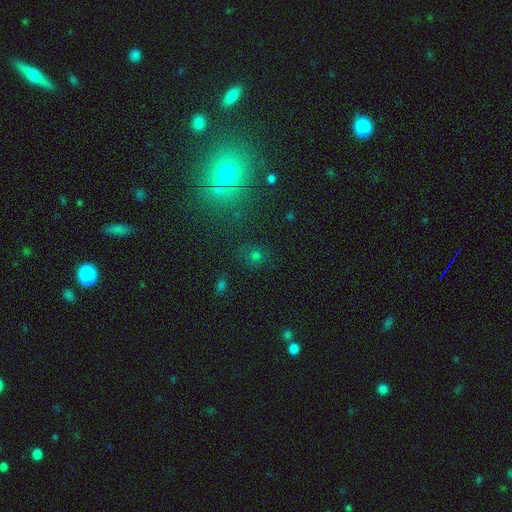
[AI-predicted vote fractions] smooth 57%, star or artifact 34%, featured or disk 9%. Down the decision tree: how rounded — round (80%); merging — none (78%).